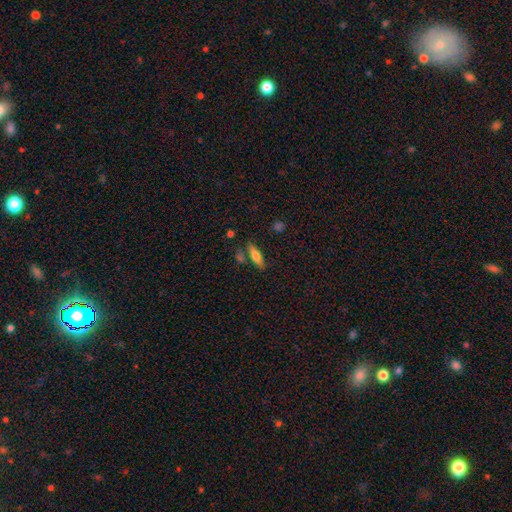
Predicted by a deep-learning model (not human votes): A smooth galaxy with no disk features (64%) that is cigar-shaped (56%). Merging: none (74%).